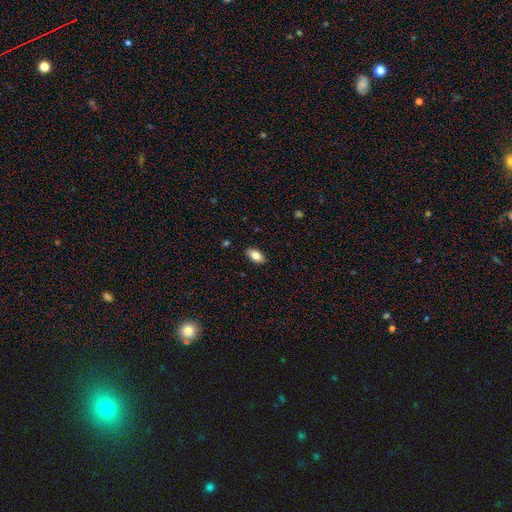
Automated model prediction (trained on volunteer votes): The model was most divided on "smooth or featured": smooth: 82%, featured or disk: 11%, star or artifact: 7%. More confident: how rounded — in between (92%); merging — none (88%).